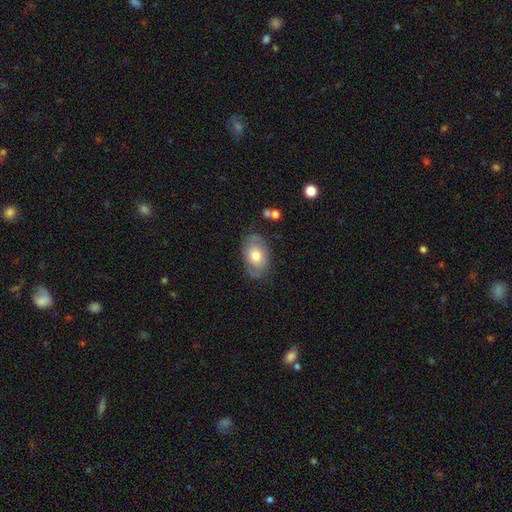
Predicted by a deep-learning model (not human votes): This is possibly a smooth galaxy (58%). How rounded: clearly in between (85%). Merging: likely none (73%).